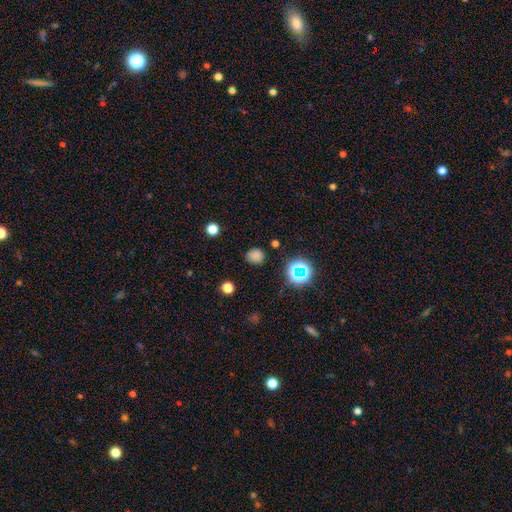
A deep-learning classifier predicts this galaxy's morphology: Smooth or featured? smooth (73%)
How rounded? round (75%)
Merging? none (79%)